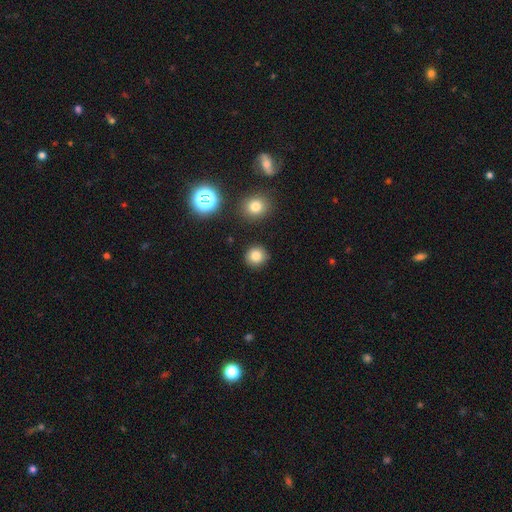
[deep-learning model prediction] The model was most divided on "smooth or featured": smooth: 83%, star or artifact: 12%, featured or disk: 5%. More confident: how rounded — round (90%); merging — none (90%).